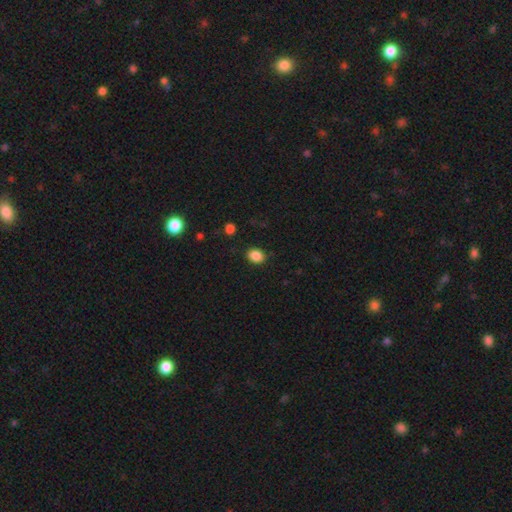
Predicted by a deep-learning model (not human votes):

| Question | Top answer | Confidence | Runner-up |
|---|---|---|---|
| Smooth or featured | smooth | 87% | star or artifact (10%) |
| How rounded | in between | 59% | round (40%) |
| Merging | none | 86% | minor disturbance (10%) |